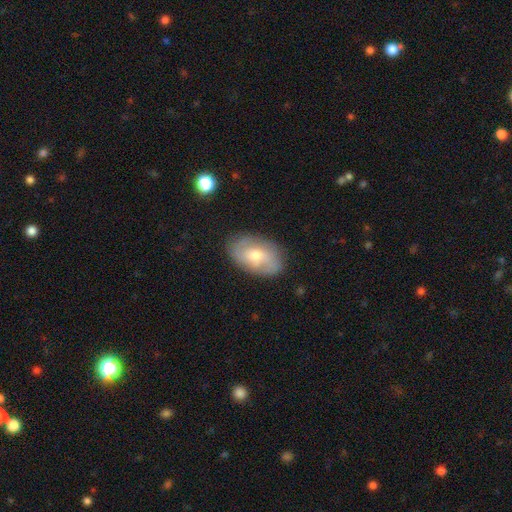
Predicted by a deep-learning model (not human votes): Smooth or featured: featured or disk — 54% (smooth — 39%)
Edge-on disk: no — 94% (yes — 6%)
Bar: no — 59% (weak — 35%)
Spiral arms: yes — 77% (no — 23%)
Bulge size: moderate — 53% (small — 41%)
Merging: none — 81% (minor disturbance — 14%)